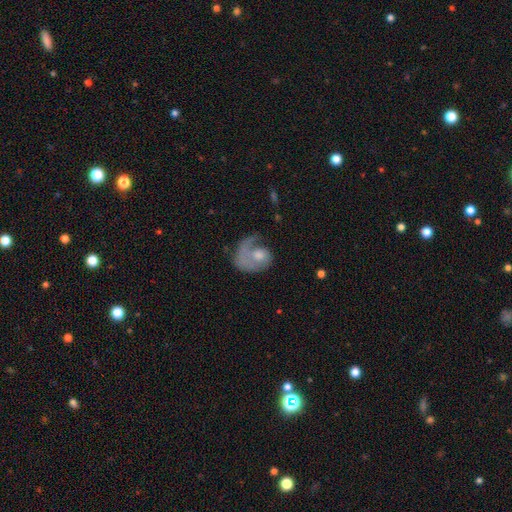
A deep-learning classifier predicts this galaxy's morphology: A featured or disk galaxy (63%) with no bar (80%), spiral arms (75%) and a moderate central bulge (49%). Merging: major disturbance (47%).